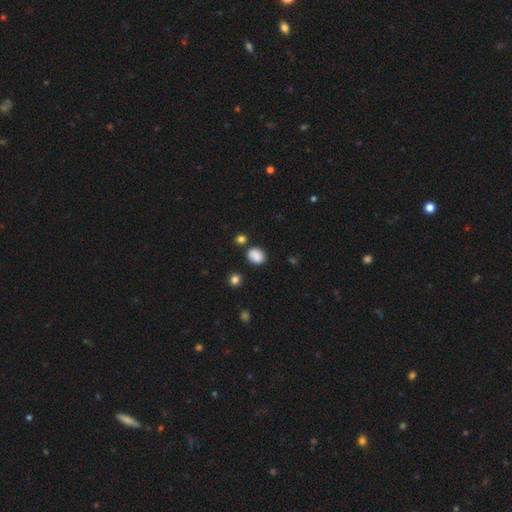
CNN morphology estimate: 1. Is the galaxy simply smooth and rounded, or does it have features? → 84% smooth, 10% star or artifact, 5% featured or disk.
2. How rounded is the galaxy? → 51% in between, 48% round, 1% cigar-shaped.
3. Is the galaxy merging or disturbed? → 71% none, 17% minor disturbance, 8% merger, 4% major disturbance.